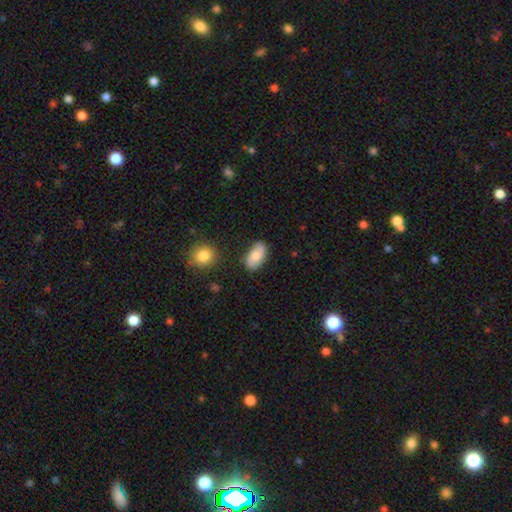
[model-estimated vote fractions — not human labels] A smooth galaxy with no disk features (74%) that is in between round and cigar-shaped (93%). Merging: none (72%).